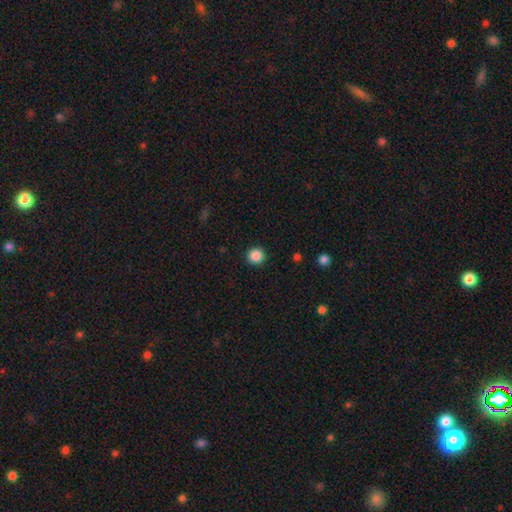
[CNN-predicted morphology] Q: Smooth or featured?
A: smooth (88%); runner-up: star or artifact (10%)
Q: How rounded?
A: round (95%); runner-up: in between (4%)
Q: Merging?
A: none (93%); runner-up: minor disturbance (5%)